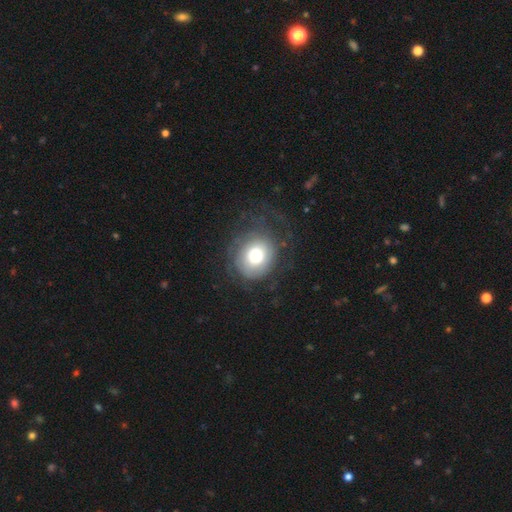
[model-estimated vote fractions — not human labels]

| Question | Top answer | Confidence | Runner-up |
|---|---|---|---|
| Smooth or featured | smooth | 47% | featured or disk (45%) |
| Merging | none | 64% | major disturbance (18%) |